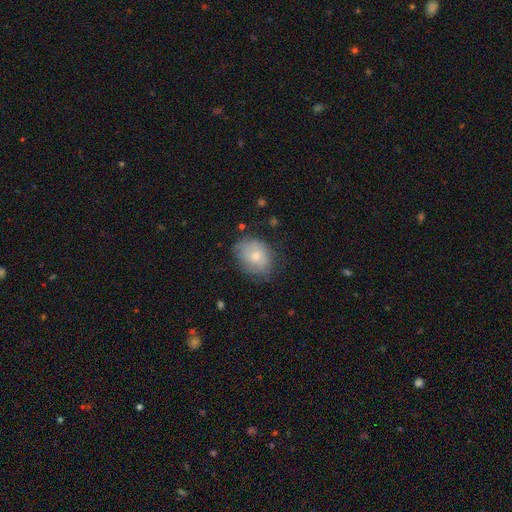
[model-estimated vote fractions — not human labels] This appears to be a smooth galaxy with no disk features (66%) that is in between round and cigar-shaped (59%). Merging: none (66%).